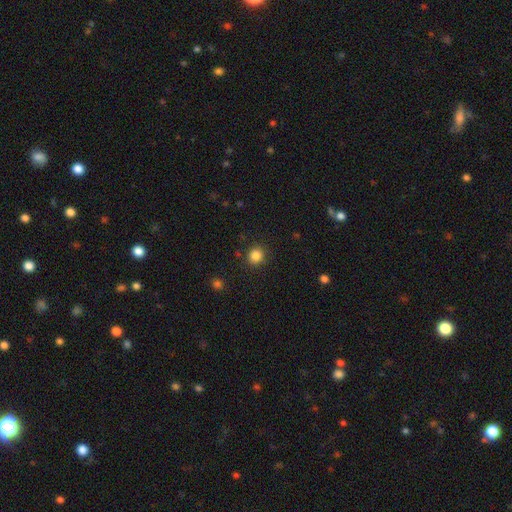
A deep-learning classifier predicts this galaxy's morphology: Q: Smooth or featured?
A: smooth (84%); runner-up: star or artifact (12%)
Q: How rounded?
A: round (87%); runner-up: in between (12%)
Q: Merging?
A: none (89%); runner-up: minor disturbance (7%)